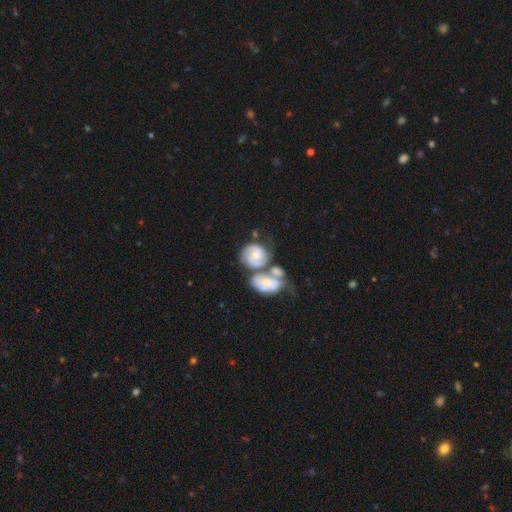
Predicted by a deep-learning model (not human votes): Overall: featured or disk (71%). Edge-on disk: no (97%). Bar: no (70%). Spiral arms: yes (87%). Spiral arm count: 2 (50%; can't tell 28%). Spiral winding: tight (58%; medium 31%). Bulge size: moderate (50%; small 40%). Merging: merger (58%; none 23%).